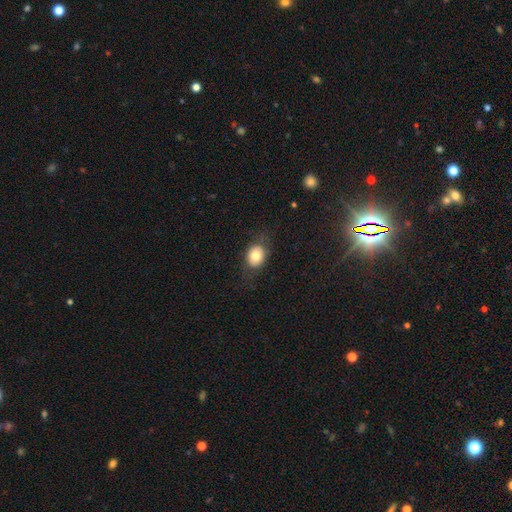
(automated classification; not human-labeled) smooth_or_featured: smooth (p=0.76) [alt: featured or disk p=0.15]
how_rounded: in between (p=0.50) [alt: round p=0.49]
merging: none (p=0.77) [alt: minor disturbance p=0.15]